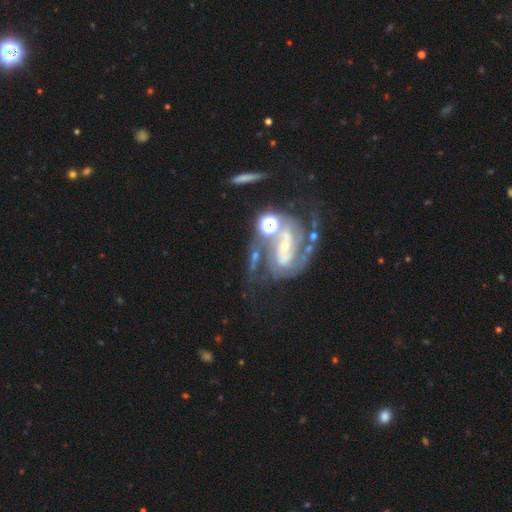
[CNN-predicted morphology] featured or disk 87%, star or artifact 8%, smooth 6%. Down the decision tree: edge-on disk — no (96%); bar — strong (37%); spiral arms — yes (97%); spiral arm count — 2 (80%); spiral winding — medium (51%); bulge size — small (67%); merging — none (51%).